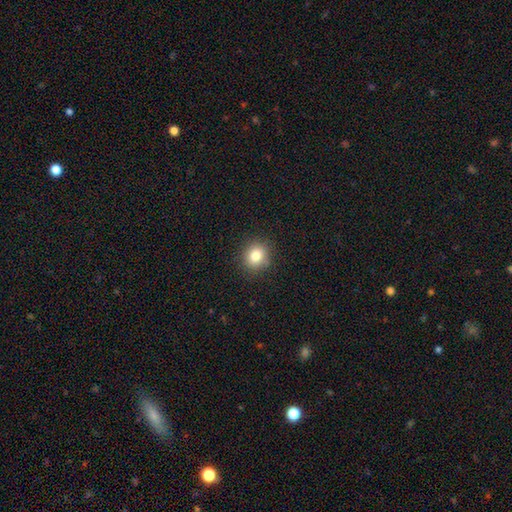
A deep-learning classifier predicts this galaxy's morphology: smooth 82%, star or artifact 11%, featured or disk 7%. Down the decision tree: how rounded — round (76%); merging — none (87%).